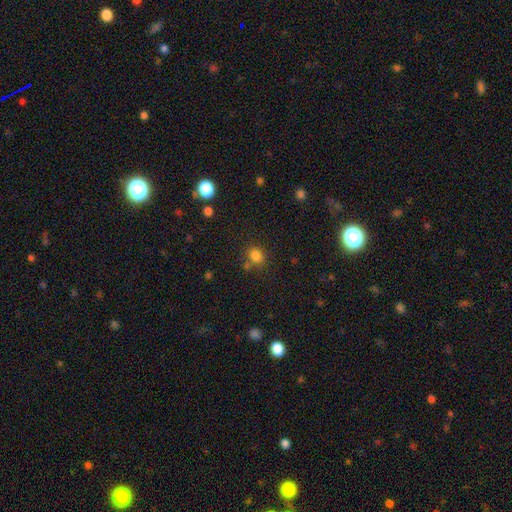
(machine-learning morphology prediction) This appears to be a smooth galaxy with no disk features (81%) that is round (71%). Merging: none (71%).